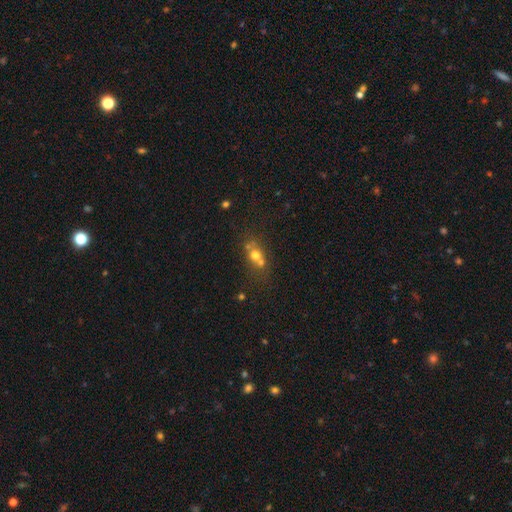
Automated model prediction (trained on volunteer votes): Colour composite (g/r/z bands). It shows a smooth galaxy with no disk features (61%) that is round (58%). Merging: merger (45%).